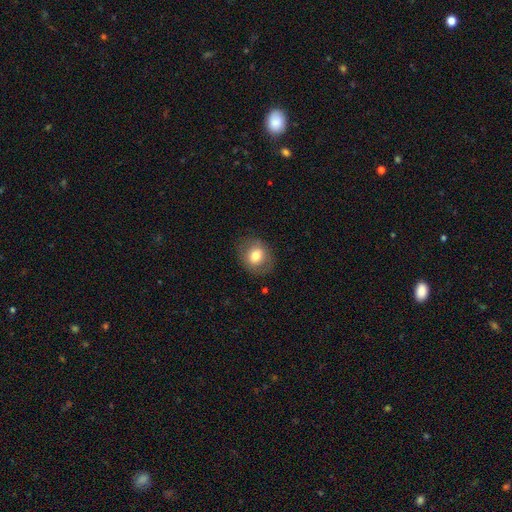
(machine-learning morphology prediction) type=smooth (73%); roundness=round (63%); merging=none (81%).